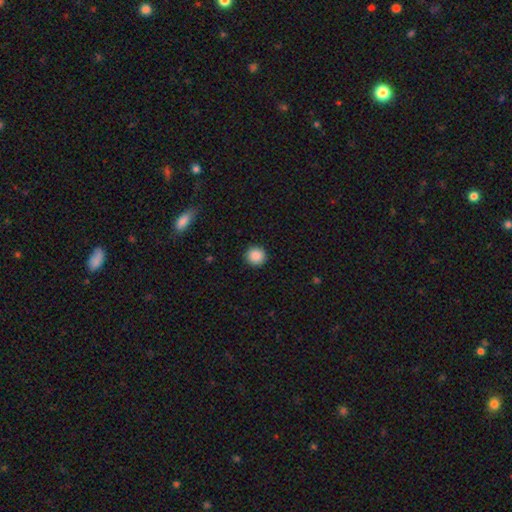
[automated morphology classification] A smooth galaxy with no disk features (89%) that is round (94%).

Vote fractions:
- Smooth or featured? smooth: 89% / star or artifact: 9% / featured or disk: 2%
- How rounded? round: 94% / in between: 5% / cigar-shaped: 1%
- Merging? none: 91% / minor disturbance: 6% / major disturbance: 2% / merger: 1%